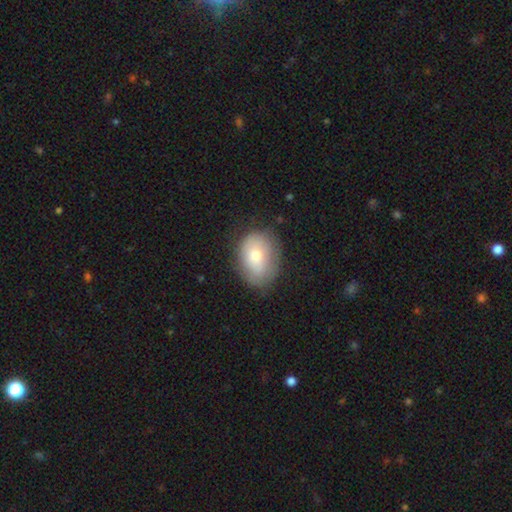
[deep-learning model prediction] Morphology: type=smooth (72%); roundness=in between (70%); merging=none (71%).